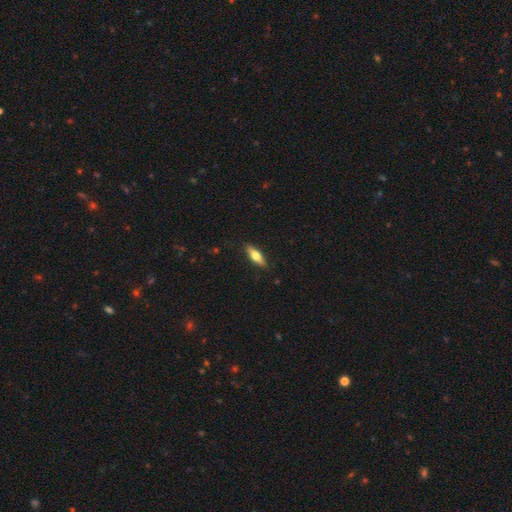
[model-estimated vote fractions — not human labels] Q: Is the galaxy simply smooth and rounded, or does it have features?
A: smooth — 54%.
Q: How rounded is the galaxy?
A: cigar-shaped — 56%.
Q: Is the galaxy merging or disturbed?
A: none — 88%.